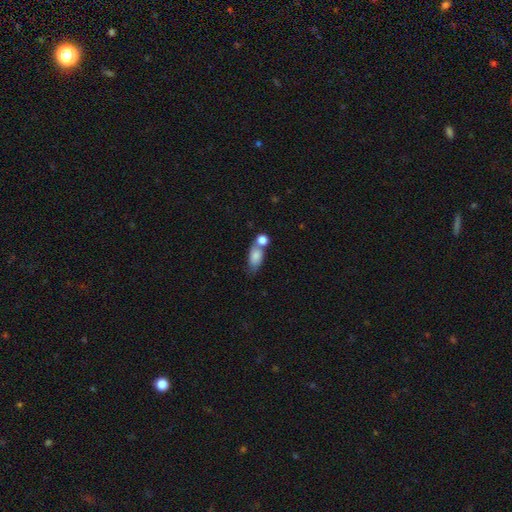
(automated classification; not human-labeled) Morphology: type=smooth (78%); roundness=in between (80%); merging=merger (47%).